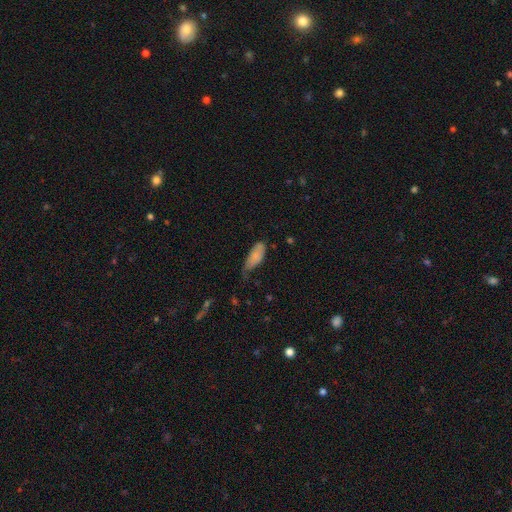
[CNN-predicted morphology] Smooth or featured? smooth (77%)
How rounded? in between (84%)
Merging? minor disturbance (48%)